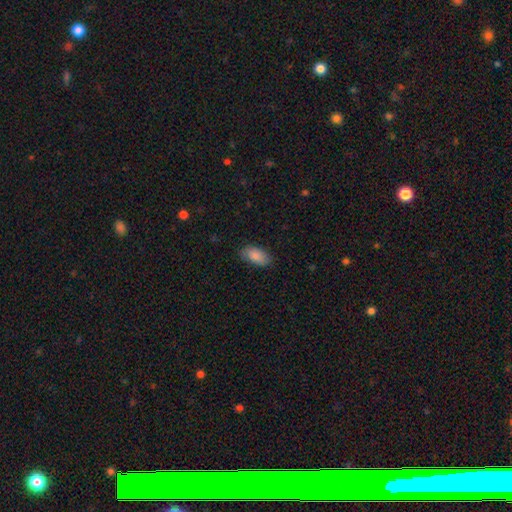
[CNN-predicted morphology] A smooth galaxy with no disk features (87%) that is in between round and cigar-shaped (93%). Merging: none (82%).